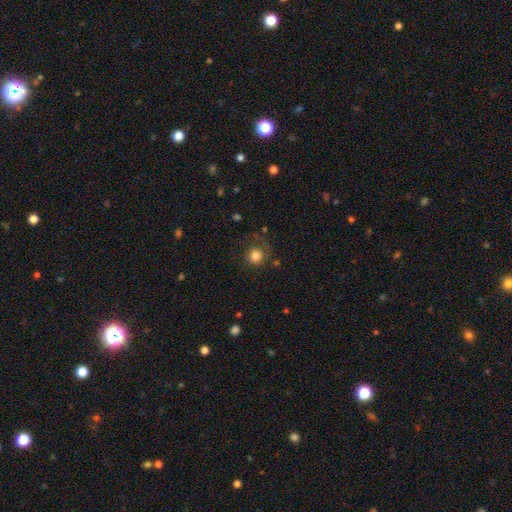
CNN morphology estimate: A smooth galaxy with no disk features (81%) that is round (92%).

Vote fractions:
- Smooth or featured? smooth: 81% / star or artifact: 11% / featured or disk: 7%
- How rounded? round: 92% / in between: 7% / cigar-shaped: 1%
- Merging? none: 73% / minor disturbance: 15% / major disturbance: 10% / merger: 3%